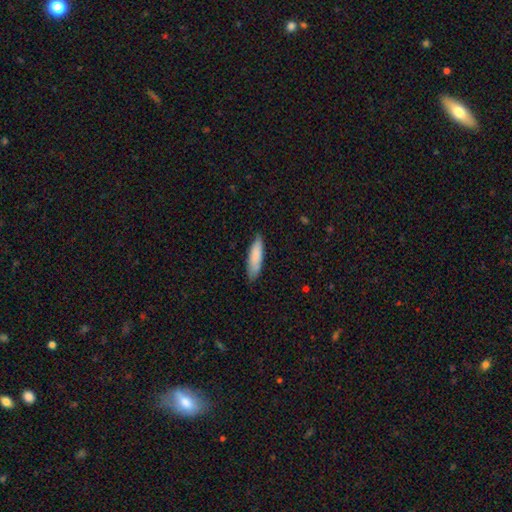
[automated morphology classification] smooth 83%, featured or disk 11%, star or artifact 6%. Down the decision tree: how rounded — cigar-shaped (59%); merging — none (79%).